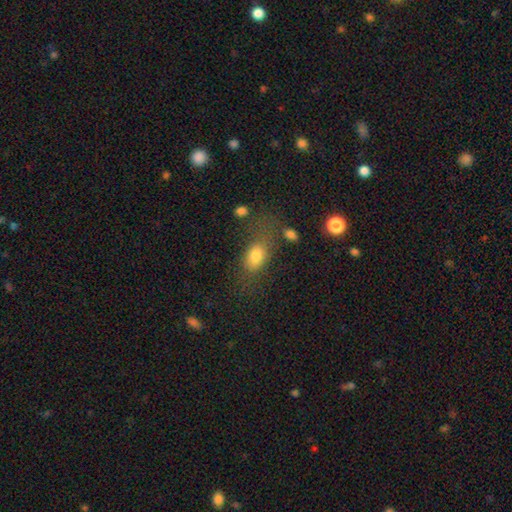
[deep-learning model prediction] Morphology: type=smooth (77%); roundness=in between (81%); merging=none (54%).